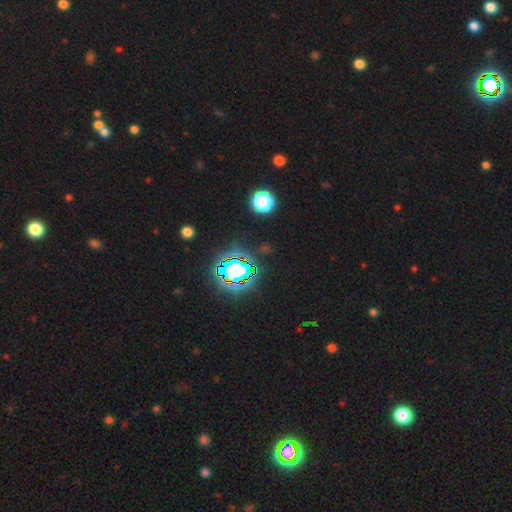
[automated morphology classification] Smooth or featured?
  - star or artifact: 80% *
  - smooth: 12%
  - featured or disk: 7%